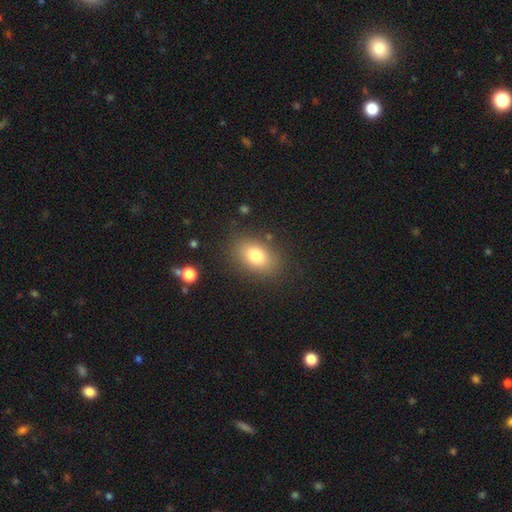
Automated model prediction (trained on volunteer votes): Smooth or featured: smooth — 79% (featured or disk — 11%)
How rounded: in between — 80% (round — 19%)
Merging: none — 84% (minor disturbance — 10%)